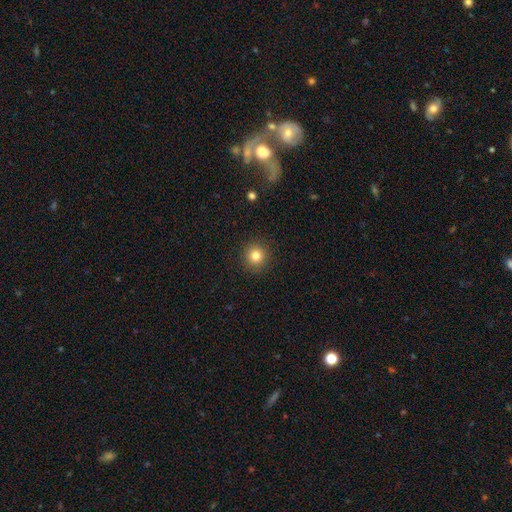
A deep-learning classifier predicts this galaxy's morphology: Q: Smooth or featured?
A: smooth (82%); runner-up: star or artifact (12%)
Q: How rounded?
A: round (94%); runner-up: in between (5%)
Q: Merging?
A: none (91%); runner-up: minor disturbance (6%)